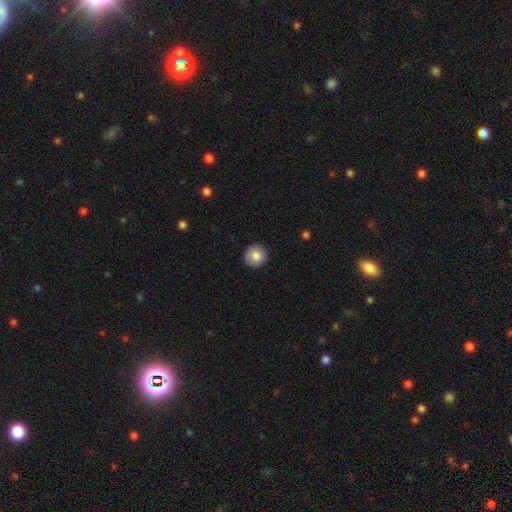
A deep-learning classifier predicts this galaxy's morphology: Overall: smooth (84%). How rounded: round (94%). Merging: none (92%).